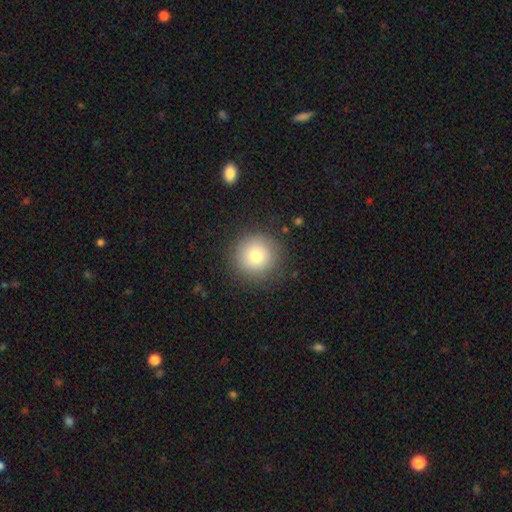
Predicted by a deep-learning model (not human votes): Smooth or featured? Predicted: smooth (p=0.79). How rounded? Predicted: round (p=0.95). Merging? Predicted: none (p=0.88).